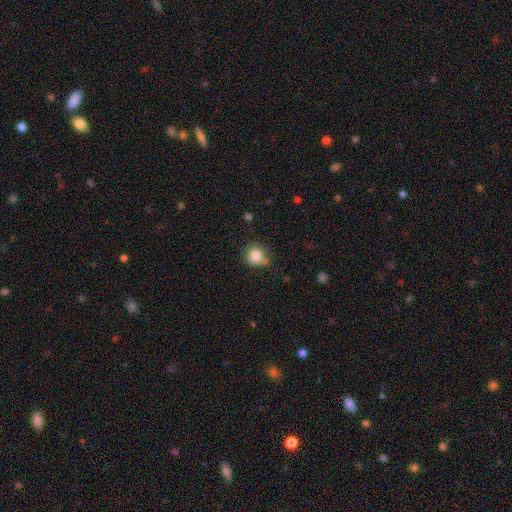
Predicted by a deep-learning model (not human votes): This is clearly a smooth galaxy (84%). How rounded: clearly round (83%). Merging: likely none (67%).